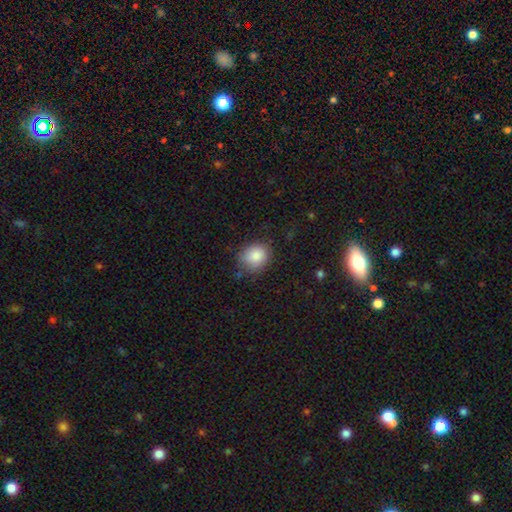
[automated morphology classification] Smooth or featured?
  - smooth: 85% *
  - star or artifact: 9%
  - featured or disk: 6%
How rounded?
  - round: 67% *
  - in between: 32%
  - cigar-shaped: 1%
Merging?
  - none: 72% *
  - minor disturbance: 20%
  - major disturbance: 5%
  - merger: 2%